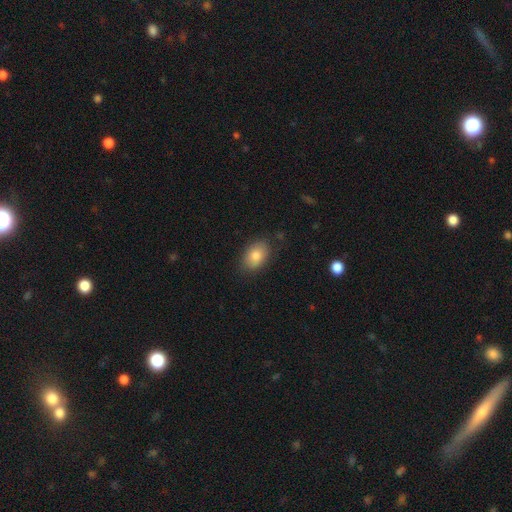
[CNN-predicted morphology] Smooth or featured? smooth (82%)
How rounded? in between (85%)
Merging? none (82%)